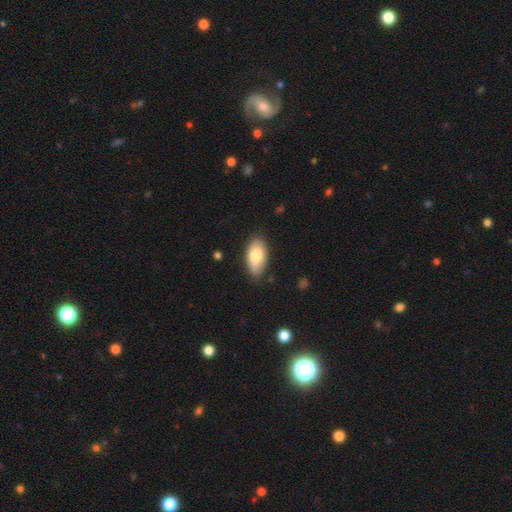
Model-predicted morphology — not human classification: This appears to be a smooth galaxy with no disk features (79%) that is in between round and cigar-shaped (93%). Merging: none (80%).